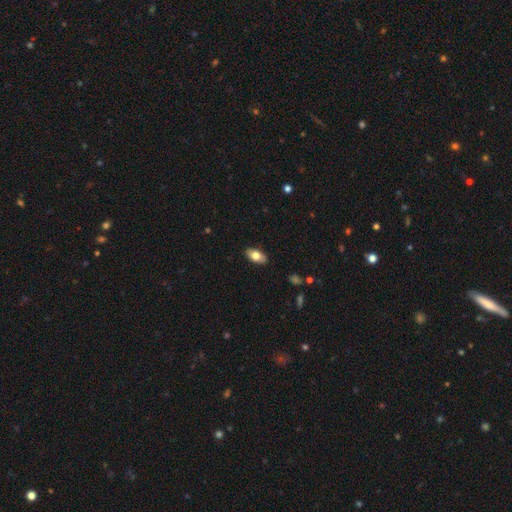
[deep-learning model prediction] Smooth or featured? smooth (76%)
How rounded? in between (91%)
Merging? none (88%)